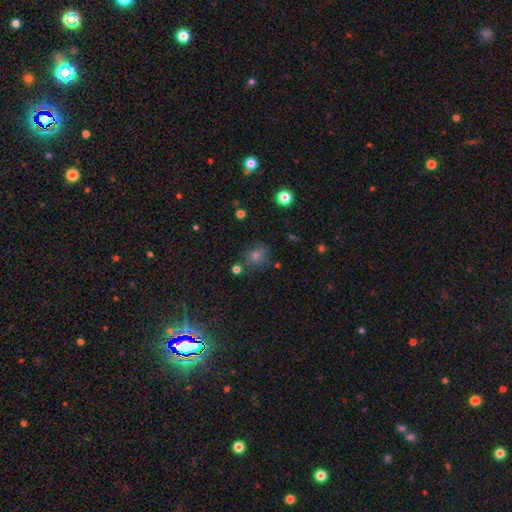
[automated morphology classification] Q: Smooth or featured?
A: smooth (57%); runner-up: star or artifact (33%)
Q: How rounded?
A: round (74%); runner-up: in between (25%)
Q: Merging?
A: none (78%); runner-up: minor disturbance (13%)